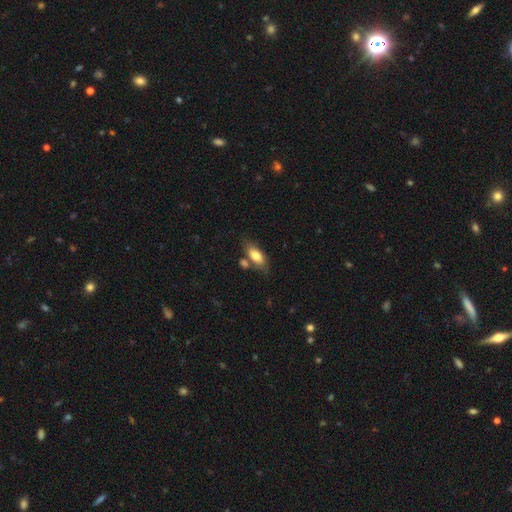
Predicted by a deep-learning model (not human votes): The model was most divided on "merging": none: 62%, merger: 17%, minor disturbance: 16%, major disturbance: 4%. More confident: how rounded — in between (82%); smooth or featured — smooth (76%).